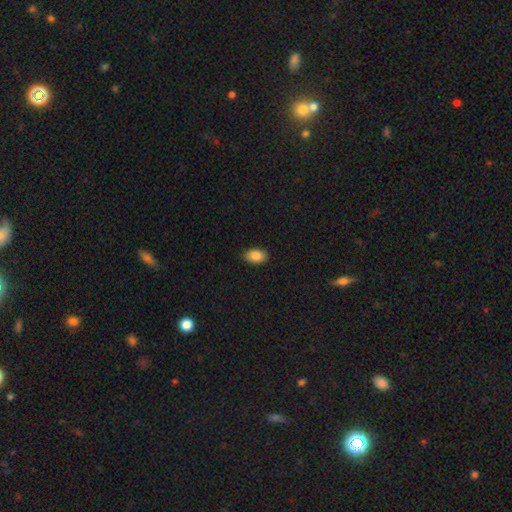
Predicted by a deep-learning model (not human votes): Smooth or featured: smooth — 87% (star or artifact — 8%)
How rounded: in between — 90% (round — 8%)
Merging: none — 89% (minor disturbance — 8%)